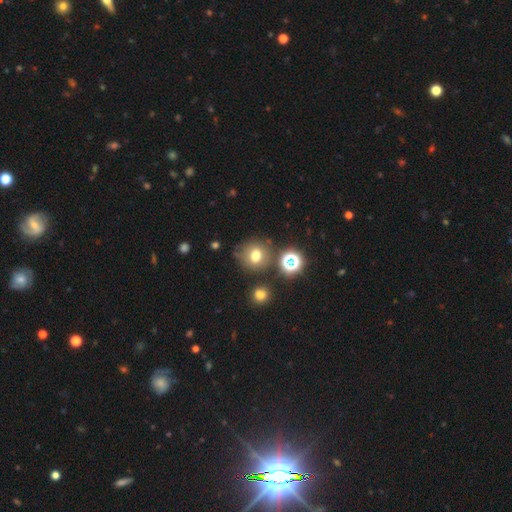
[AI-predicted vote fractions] This is likely a smooth galaxy (69%). How rounded: clearly round (85%). Merging: likely none (72%).